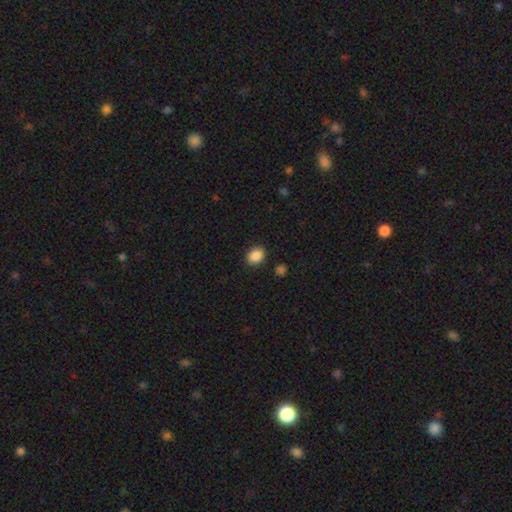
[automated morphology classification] Overall: smooth (88%). How rounded: in between (51%; round 48%). Merging: none (87%).